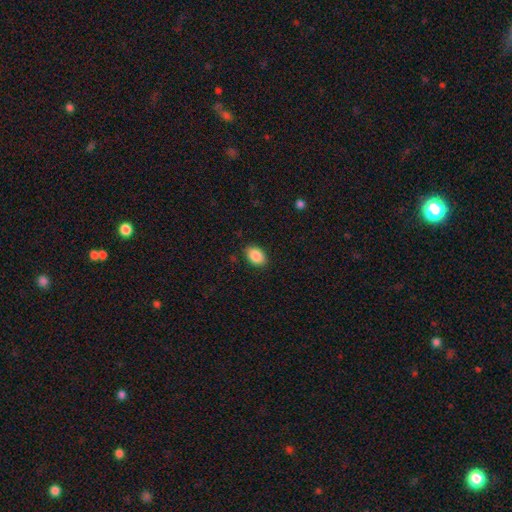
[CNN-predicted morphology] Smooth or featured: smooth — 88% (star or artifact — 7%)
How rounded: in between — 86% (round — 13%)
Merging: none — 86% (minor disturbance — 10%)